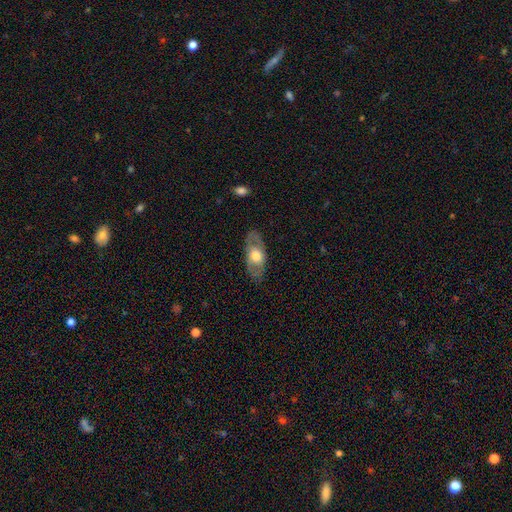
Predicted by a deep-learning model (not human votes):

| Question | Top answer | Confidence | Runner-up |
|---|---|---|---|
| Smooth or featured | featured or disk | 50% | smooth (45%) |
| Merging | none | 81% | minor disturbance (13%) |